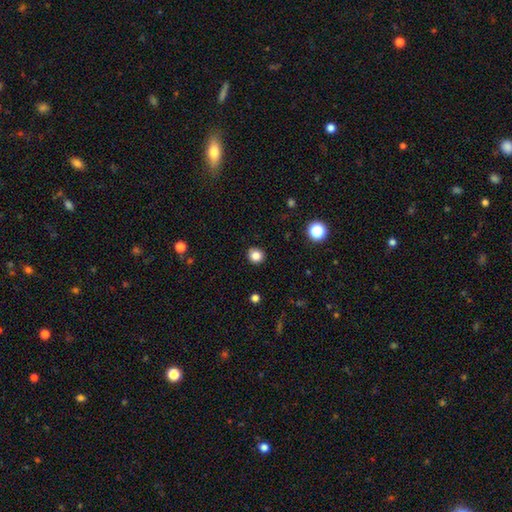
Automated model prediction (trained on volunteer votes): The model was most divided on "smooth or featured": smooth: 84%, star or artifact: 12%, featured or disk: 4%. More confident: merging — none (90%); how rounded — round (87%).